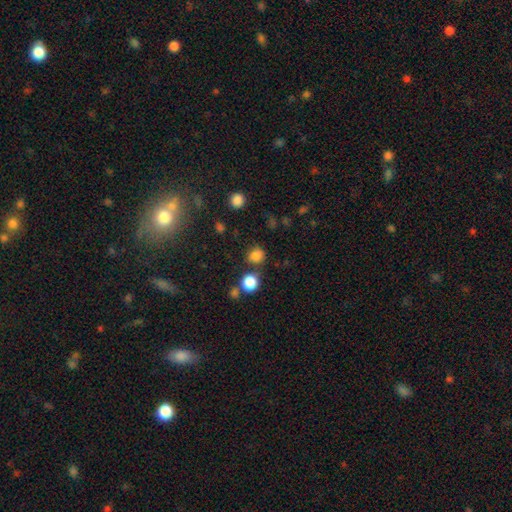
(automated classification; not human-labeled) Overall: smooth (80%). How rounded: round (84%). Merging: none (78%).